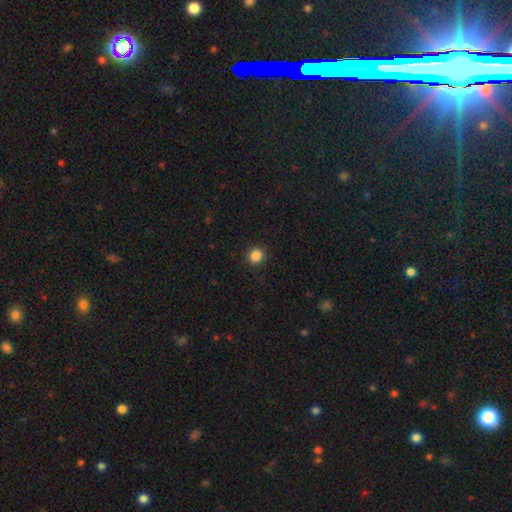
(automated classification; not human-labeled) This is clearly a smooth galaxy (86%). How rounded: clearly round (86%). Merging: clearly none (91%).